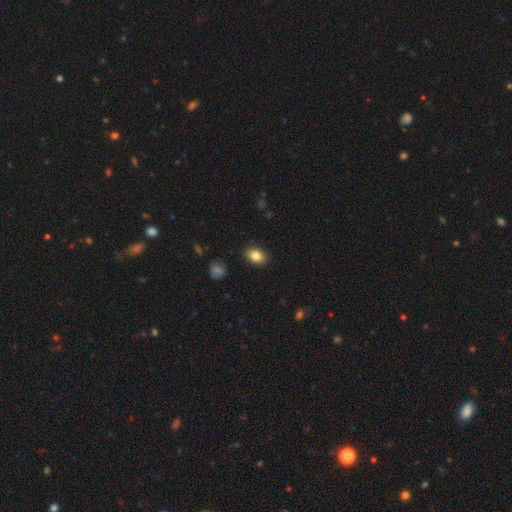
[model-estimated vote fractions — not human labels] Smooth or featured?
  - smooth: 84% *
  - star or artifact: 9%
  - featured or disk: 7%
How rounded?
  - in between: 80% *
  - round: 19%
  - cigar-shaped: 1%
Merging?
  - none: 88% *
  - minor disturbance: 9%
  - major disturbance: 2%
  - merger: 1%